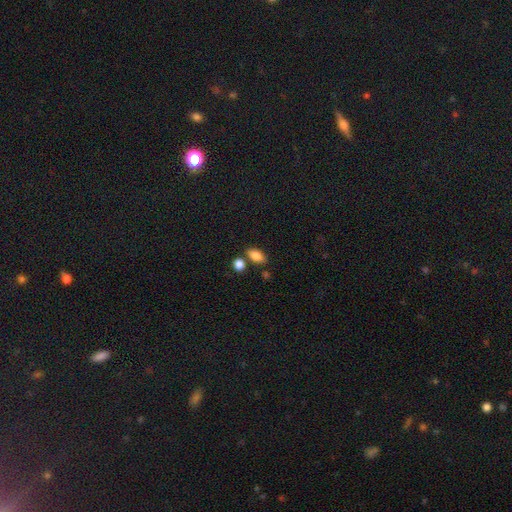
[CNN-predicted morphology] smooth 85%, star or artifact 9%, featured or disk 6%. Down the decision tree: how rounded — in between (87%); merging — none (71%).